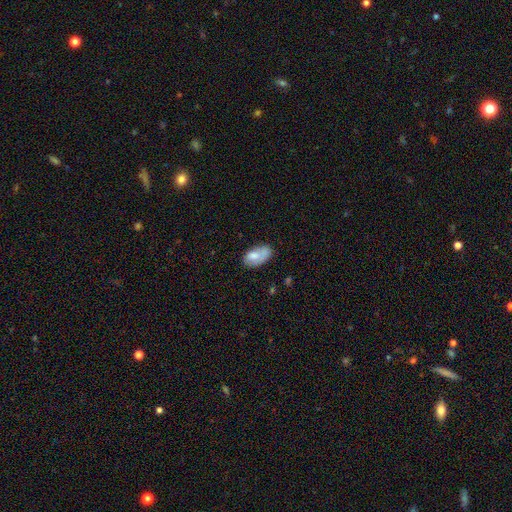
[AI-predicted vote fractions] smooth-or-featured: smooth: 72% | featured or disk: 20% | star or artifact: 8%
  how-rounded: in between: 93% | round: 5% | cigar-shaped: 2%
  merging: none: 44% | minor disturbance: 31% | major disturbance: 15% | merger: 10%